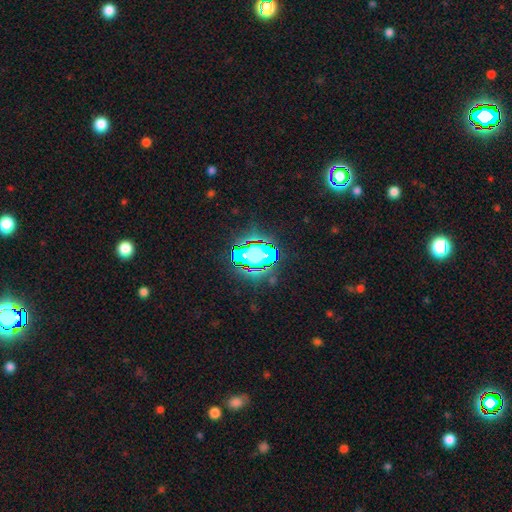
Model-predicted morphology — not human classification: A star or artifact, not a galaxy (80%).

Vote fractions:
- Smooth or featured? star or artifact: 80% / smooth: 12% / featured or disk: 8%